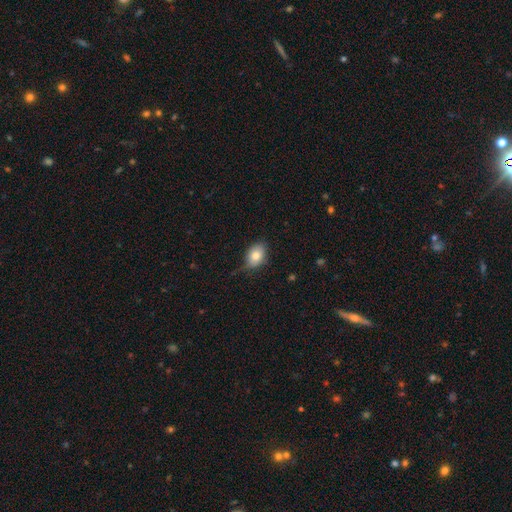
smooth_or_featured: smooth (p=0.82) [alt: featured or disk p=0.15]
how_rounded: in between (p=0.66) [alt: round p=0.34]
merging: none (p=0.53) [alt: minor disturbance p=0.29]